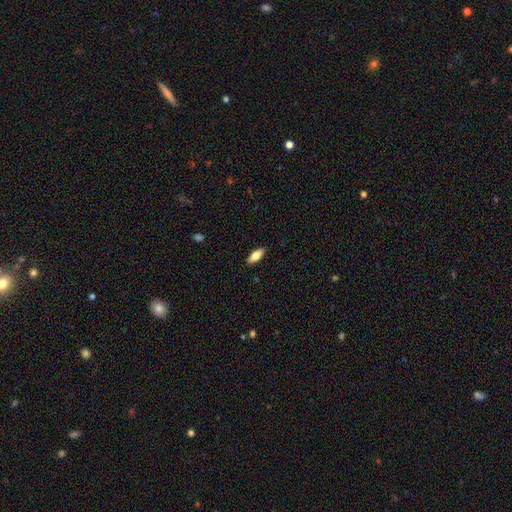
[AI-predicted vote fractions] smooth_or_featured: smooth (p=0.73) [alt: featured or disk p=0.21]
how_rounded: in between (p=0.76) [alt: cigar-shaped p=0.22]
merging: none (p=0.89) [alt: minor disturbance p=0.08]